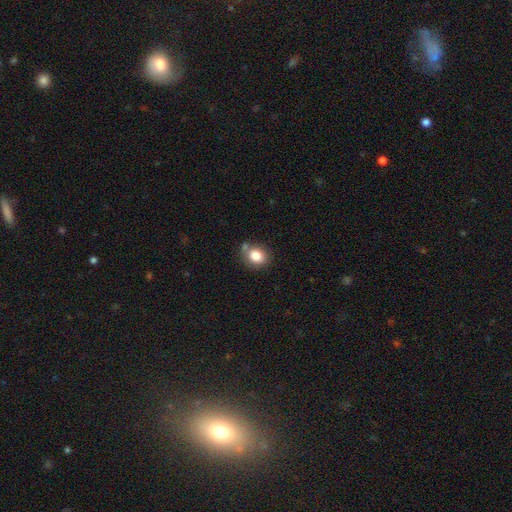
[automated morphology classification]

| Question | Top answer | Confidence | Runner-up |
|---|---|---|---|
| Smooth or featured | smooth | 83% | star or artifact (9%) |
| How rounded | round | 55% | in between (44%) |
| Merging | none | 66% | minor disturbance (17%) |